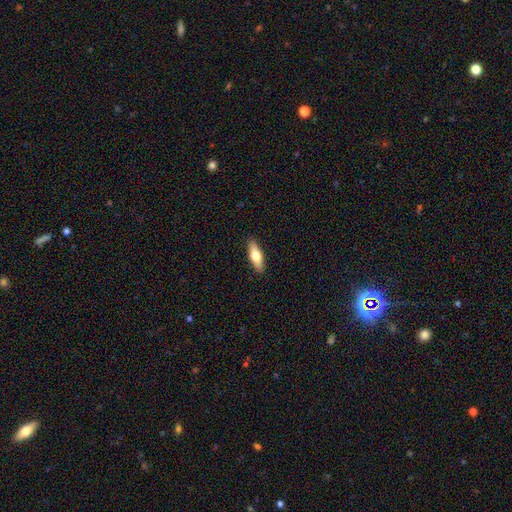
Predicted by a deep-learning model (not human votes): The model was most divided on "how rounded": in between: 57%, cigar-shaped: 40%, round: 3%. More confident: merging — none (90%); smooth or featured — smooth (62%).